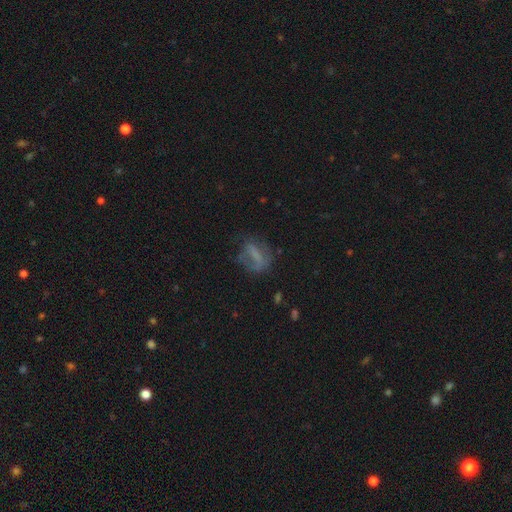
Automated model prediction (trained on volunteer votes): smooth-or-featured: smooth: 46% | featured or disk: 40% | star or artifact: 15%
  merging: none: 50% | minor disturbance: 24% | major disturbance: 24% | merger: 3%